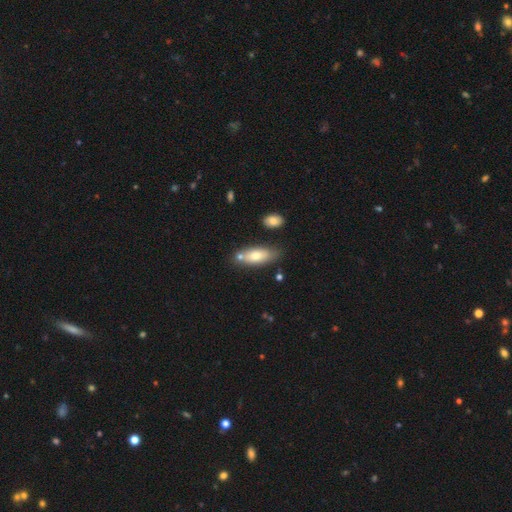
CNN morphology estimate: smooth 71%, featured or disk 23%, star or artifact 7%. Down the decision tree: how rounded — in between (71%); merging — none (67%).